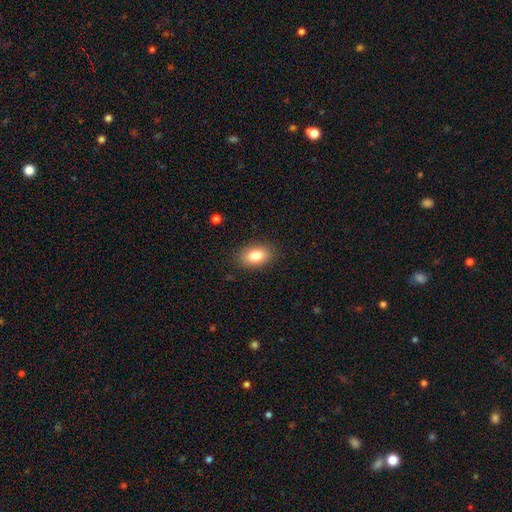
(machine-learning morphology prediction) smooth 82%, featured or disk 10%, star or artifact 8%. Down the decision tree: how rounded — in between (86%); merging — none (86%).